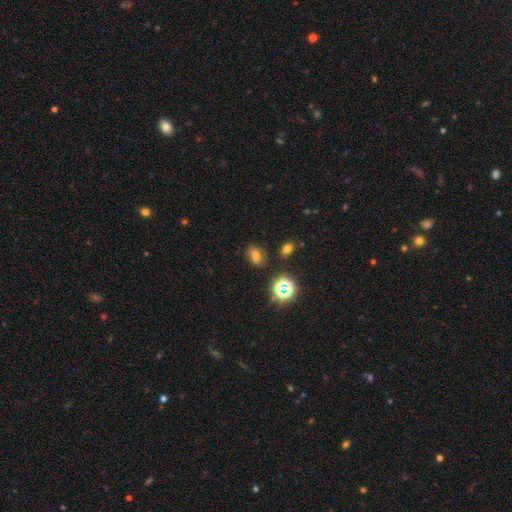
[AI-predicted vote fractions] A smooth galaxy with no disk features (64%) that is in between round and cigar-shaped (78%).

Vote fractions:
- Smooth or featured? smooth: 64% / star or artifact: 26% / featured or disk: 10%
- How rounded? in between: 78% / round: 20% / cigar-shaped: 2%
- Merging? none: 78% / minor disturbance: 13% / merger: 5% / major disturbance: 4%